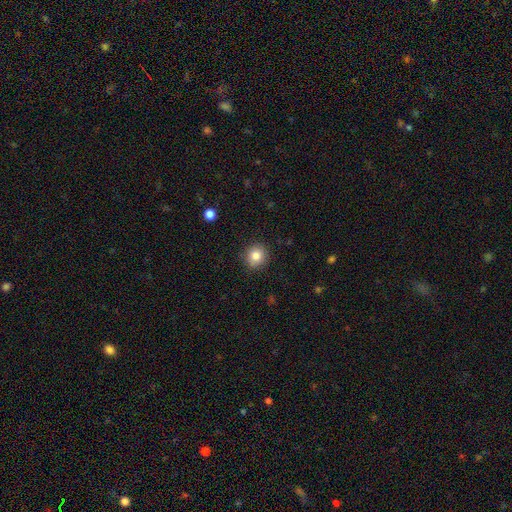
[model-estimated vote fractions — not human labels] This is clearly a smooth galaxy (84%). How rounded: clearly round (86%). Merging: clearly none (89%).